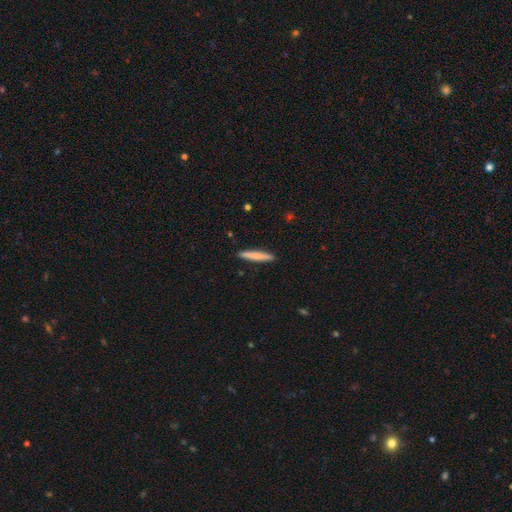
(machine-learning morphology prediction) A smooth galaxy with no disk features (77%) that is cigar-shaped (93%). Merging: none (91%).